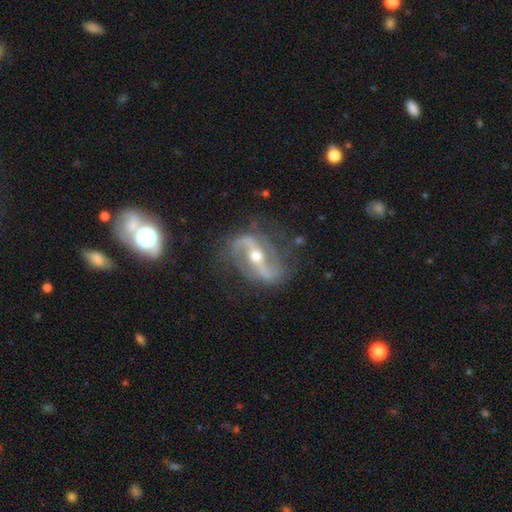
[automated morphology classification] A featured or disk galaxy (89%) with a strong bar (63%), 2 (92%) loose (59%) spiral arms (94%) and a moderate central bulge (58%). Merging: none (76%).